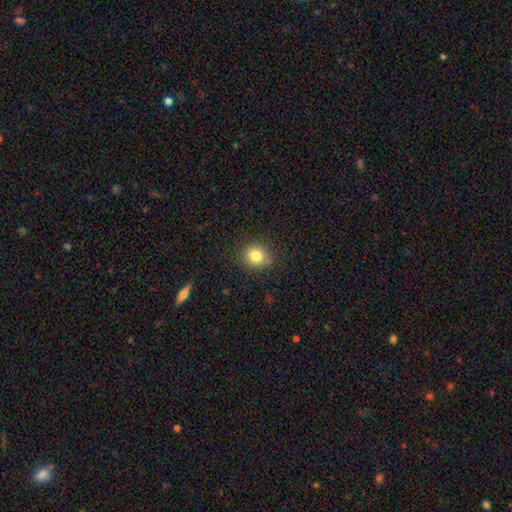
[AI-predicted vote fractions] smooth 80%, star or artifact 11%, featured or disk 8%. Down the decision tree: how rounded — round (83%); merging — none (84%).